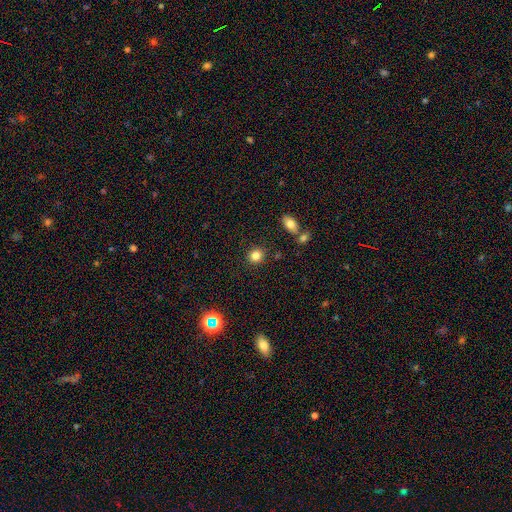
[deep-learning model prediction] Morphology: type=smooth (83%); roundness=round (86%); merging=none (88%).